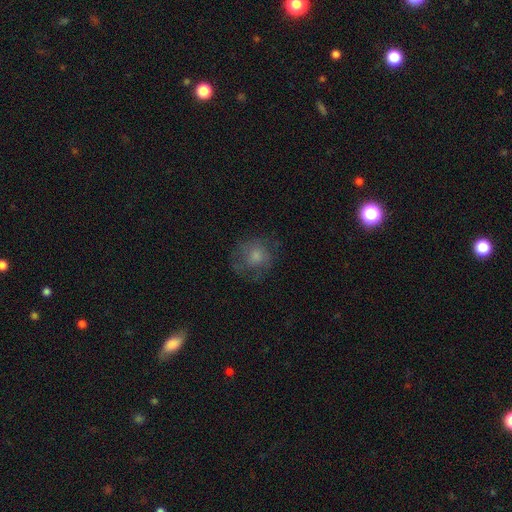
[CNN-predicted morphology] Smooth or featured? smooth (63%)
How rounded? round (82%)
Merging? none (63%)